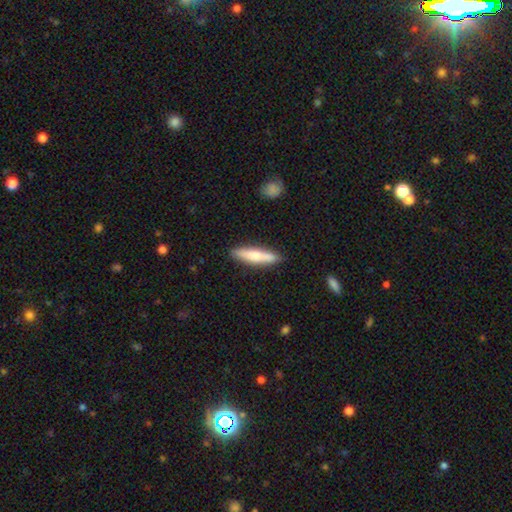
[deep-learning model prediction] The model was most divided on "smooth or featured": smooth: 68%, featured or disk: 26%, star or artifact: 6%. More confident: merging — none (86%); how rounded — cigar-shaped (82%).